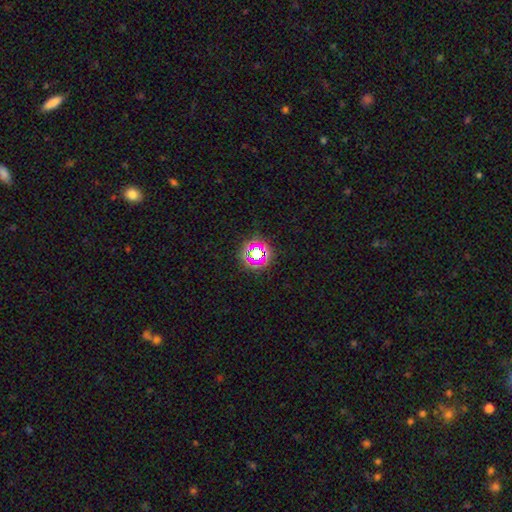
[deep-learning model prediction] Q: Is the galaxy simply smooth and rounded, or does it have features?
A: star or artifact — 60%.